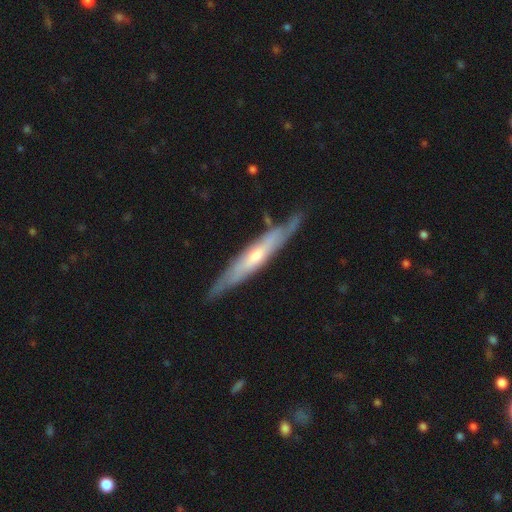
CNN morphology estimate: featured or disk 66%, smooth 29%, star or artifact 5%. Down the decision tree: edge-on disk — yes (80%); edge-on bulge — rounded (60%); merging — none (76%).